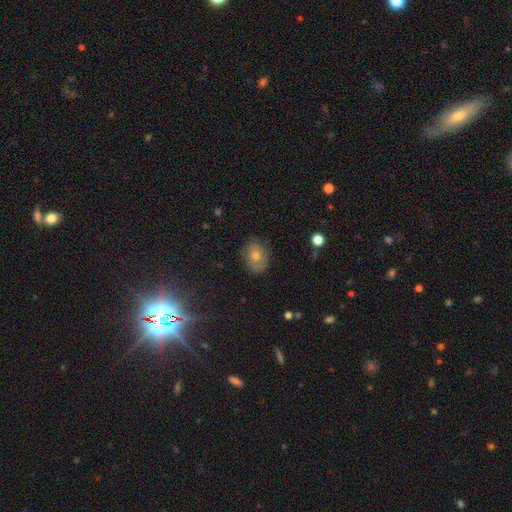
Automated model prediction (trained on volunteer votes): Smooth or featured? Predicted: smooth (p=0.48). Merging? Predicted: none (p=0.77).